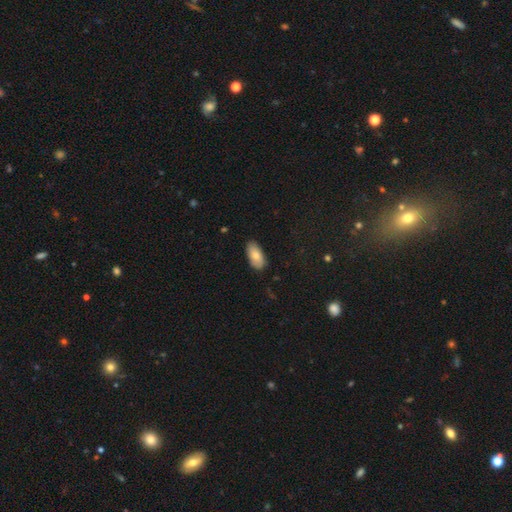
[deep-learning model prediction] A smooth galaxy with no disk features (79%) that is in between round and cigar-shaped (92%).

Vote fractions:
- Smooth or featured? smooth: 79% / featured or disk: 14% / star or artifact: 7%
- How rounded? in between: 92% / cigar-shaped: 6% / round: 2%
- Merging? none: 84% / minor disturbance: 13% / major disturbance: 2% / merger: 1%